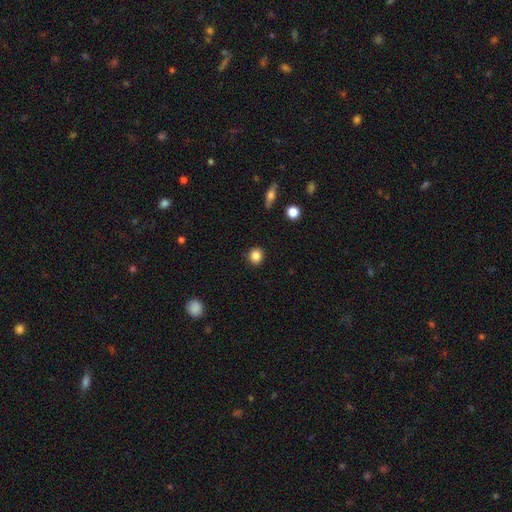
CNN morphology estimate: A smooth galaxy with no disk features (85%) that is round (89%).

Vote fractions:
- Smooth or featured? smooth: 85% / star or artifact: 10% / featured or disk: 5%
- How rounded? round: 89% / in between: 10% / cigar-shaped: 1%
- Merging? none: 91% / minor disturbance: 6% / major disturbance: 2% / merger: 1%